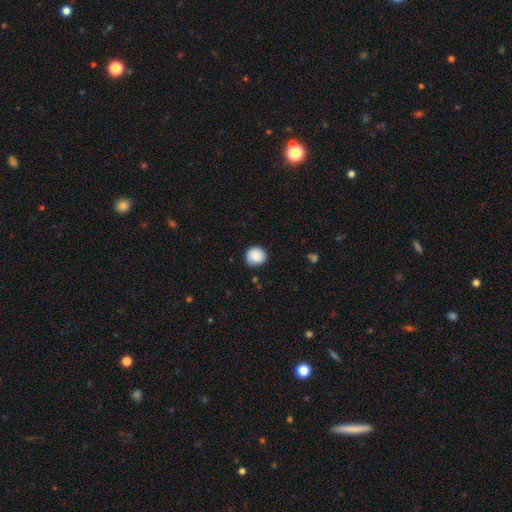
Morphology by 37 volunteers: Q: Smooth or featured?
A: smooth (84%); runner-up: featured or disk (11%)
Q: How rounded?
A: round (90%); runner-up: in between (10%)
Q: Merging?
A: none (83%); runner-up: minor disturbance (17%)